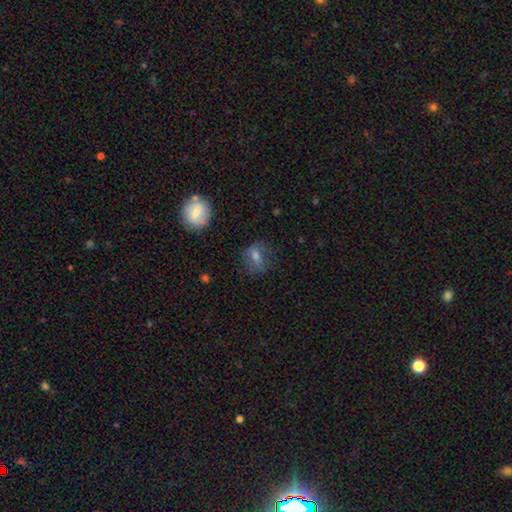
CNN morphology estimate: Smooth or featured? smooth (64%)
How rounded? in between (52%)
Merging? none (62%)